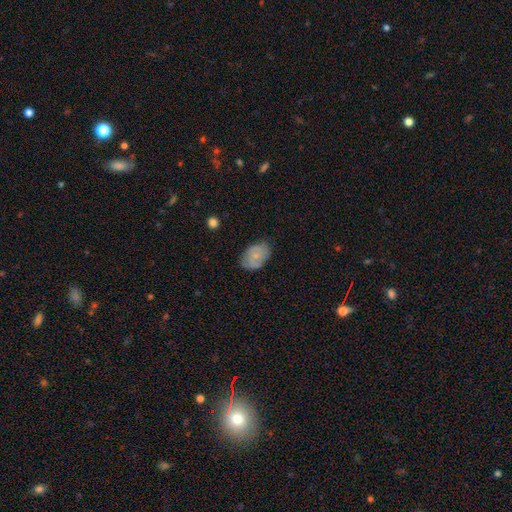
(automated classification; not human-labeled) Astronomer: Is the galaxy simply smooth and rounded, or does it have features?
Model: smooth — 61%.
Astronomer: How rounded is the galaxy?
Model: in between — 84%.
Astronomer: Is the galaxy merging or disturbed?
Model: none — 74%.